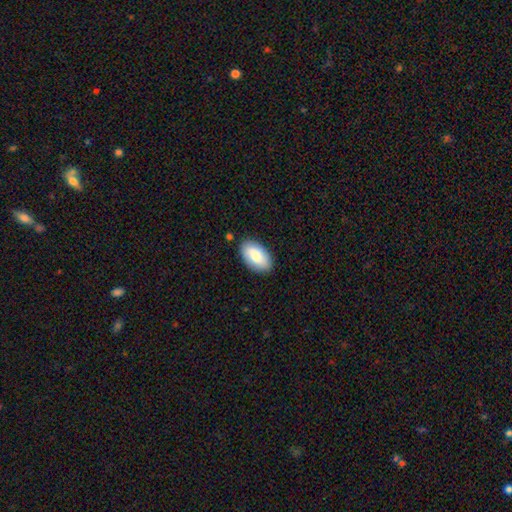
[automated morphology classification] smooth 81%, featured or disk 13%, star or artifact 6%. Down the decision tree: how rounded — in between (95%); merging — none (86%).